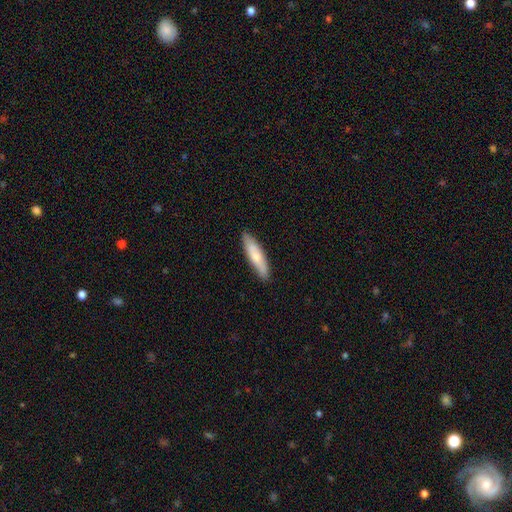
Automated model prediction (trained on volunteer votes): A smooth galaxy with no disk features (68%) that is cigar-shaped (79%).

Vote fractions:
- Smooth or featured? smooth: 68% / featured or disk: 27% / star or artifact: 5%
- How rounded? cigar-shaped: 79% / in between: 19% / round: 1%
- Merging? none: 88% / minor disturbance: 9% / major disturbance: 2% / merger: 1%